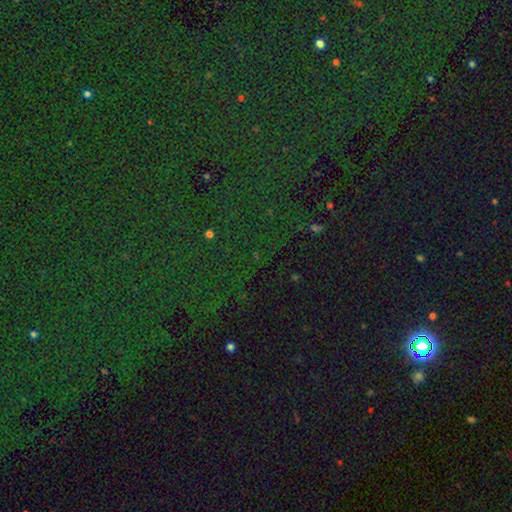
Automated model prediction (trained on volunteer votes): smooth_or_featured: star or artifact (p=0.84) [alt: smooth p=0.09]